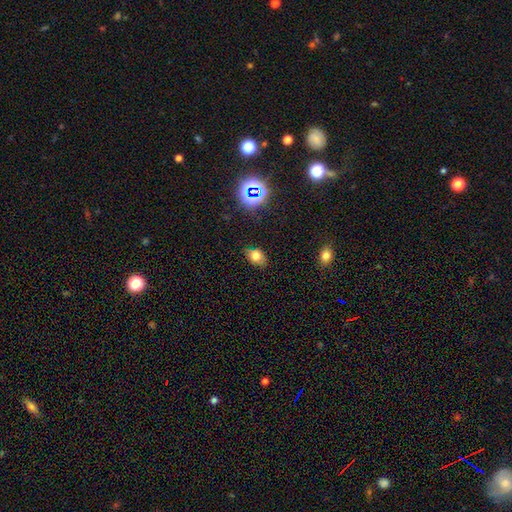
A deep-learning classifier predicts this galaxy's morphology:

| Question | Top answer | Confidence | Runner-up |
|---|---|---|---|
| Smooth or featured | smooth | 72% | star or artifact (16%) |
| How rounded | in between | 73% | round (25%) |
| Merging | none | 75% | minor disturbance (19%) |